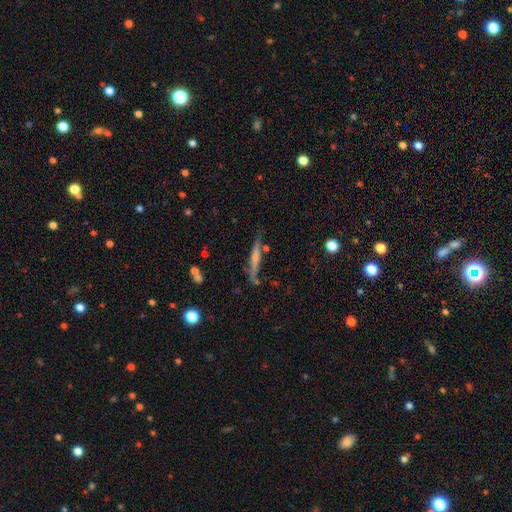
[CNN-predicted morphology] Smooth or featured?
  - featured or disk: 56% *
  - smooth: 36%
  - star or artifact: 8%
Edge-on disk?
  - yes: 94% *
  - no: 6%
Edge-on bulge?
  - none: 46% *
  - rounded: 41%
  - boxy: 13%
Merging?
  - none: 78% *
  - minor disturbance: 15%
  - merger: 4%
  - major disturbance: 4%